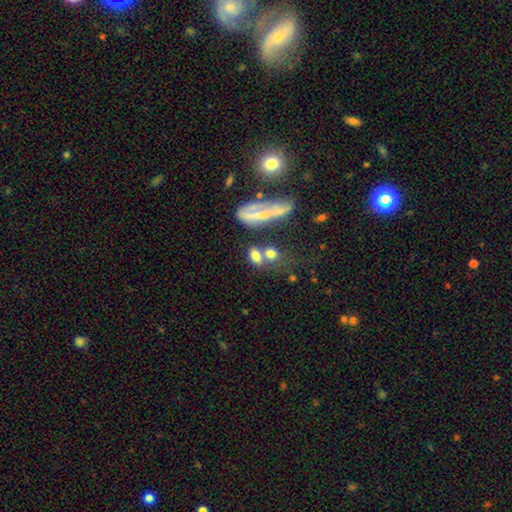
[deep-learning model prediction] Q: Smooth or featured?
A: smooth (71%); runner-up: featured or disk (19%)
Q: How rounded?
A: in between (69%); runner-up: round (18%)
Q: Merging?
A: merger (38%); tied with: none (38%)